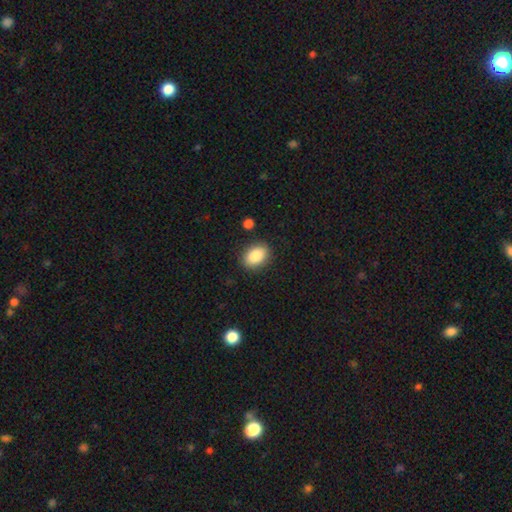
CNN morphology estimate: The model was most divided on "how rounded": in between: 79%, round: 19%, cigar-shaped: 1%. More confident: smooth or featured — smooth (87%); merging — none (86%).